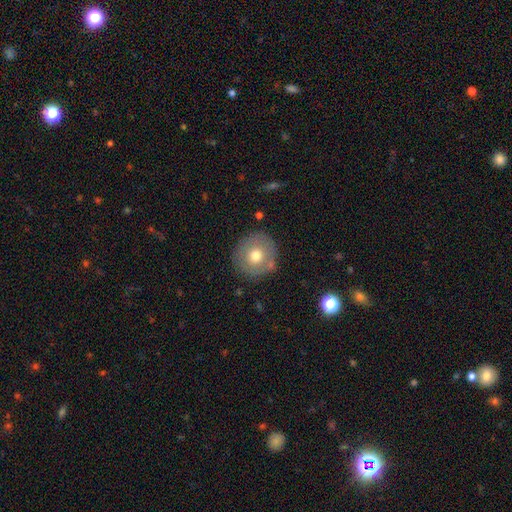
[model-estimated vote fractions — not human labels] Morphology: type=smooth (67%); roundness=round (92%); merging=none (82%).